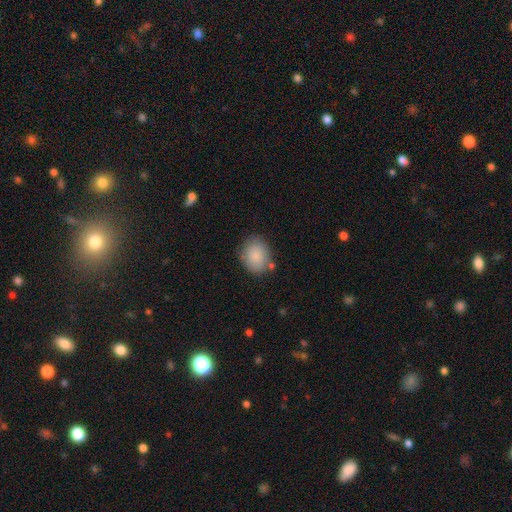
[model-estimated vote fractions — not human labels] Smooth or featured: smooth — 85% (featured or disk — 8%)
How rounded: round — 50% (in between — 49%)
Merging: none — 76% (minor disturbance — 15%)